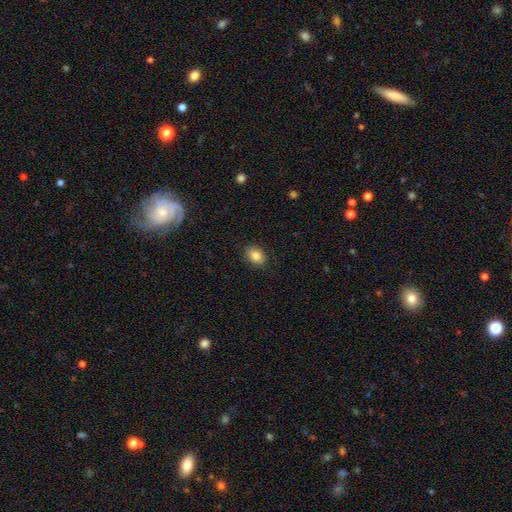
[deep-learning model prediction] smooth_or_featured: smooth (p=0.84) [alt: star or artifact p=0.09]
how_rounded: in between (p=0.72) [alt: round p=0.27]
merging: none (p=0.89) [alt: minor disturbance p=0.08]